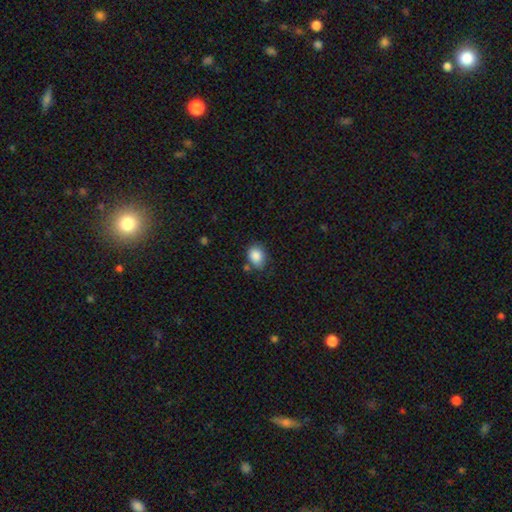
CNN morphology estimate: Smooth or featured?
  - smooth: 86% *
  - star or artifact: 9%
  - featured or disk: 5%
How rounded?
  - in between: 56% *
  - round: 43%
  - cigar-shaped: 1%
Merging?
  - none: 67% *
  - minor disturbance: 22%
  - merger: 7%
  - major disturbance: 5%